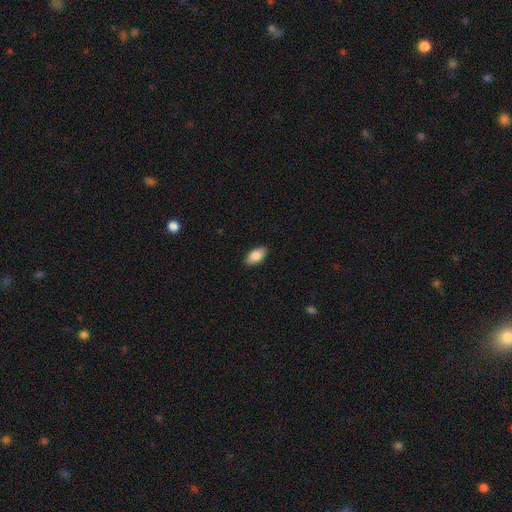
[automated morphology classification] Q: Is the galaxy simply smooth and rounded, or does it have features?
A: smooth — 84%.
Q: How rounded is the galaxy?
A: in between — 92%.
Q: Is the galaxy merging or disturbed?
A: none — 89%.